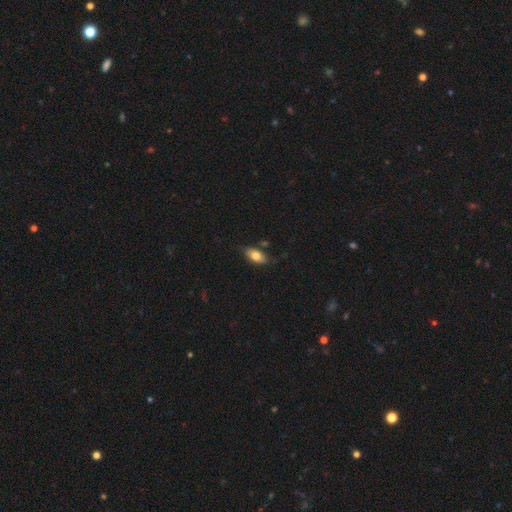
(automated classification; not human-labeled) A smooth galaxy with no disk features (80%) that is in between round and cigar-shaped (90%). Merging: none (74%).